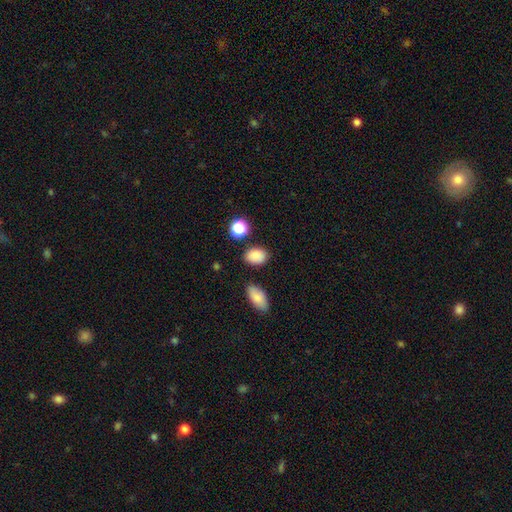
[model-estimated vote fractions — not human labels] Smooth or featured: smooth — 86% (star or artifact — 10%)
How rounded: in between — 76% (round — 22%)
Merging: none — 81% (minor disturbance — 12%)